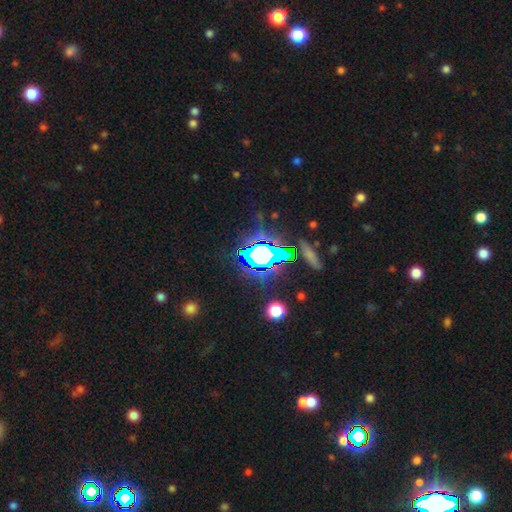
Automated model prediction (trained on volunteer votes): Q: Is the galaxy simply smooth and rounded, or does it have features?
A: star or artifact — 64%.